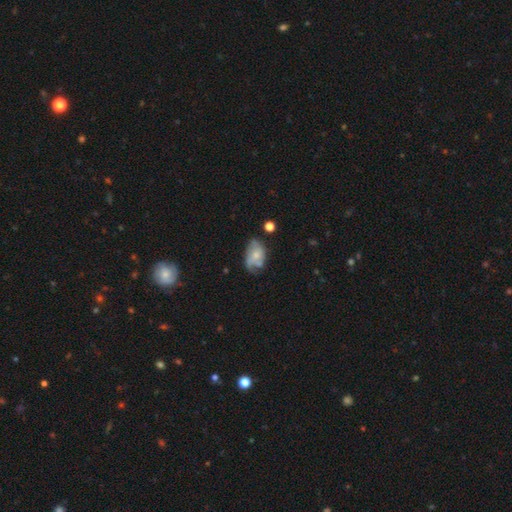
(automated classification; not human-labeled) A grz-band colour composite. It shows a featured or disk galaxy (47%). Merging: none (38%).